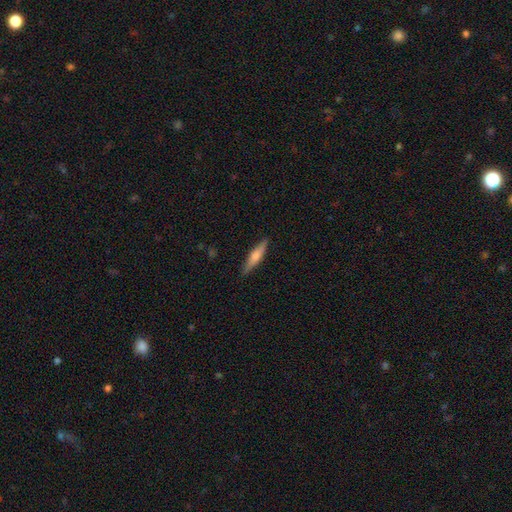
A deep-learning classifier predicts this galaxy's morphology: Smooth or featured? smooth (48%)
Merging? none (88%)